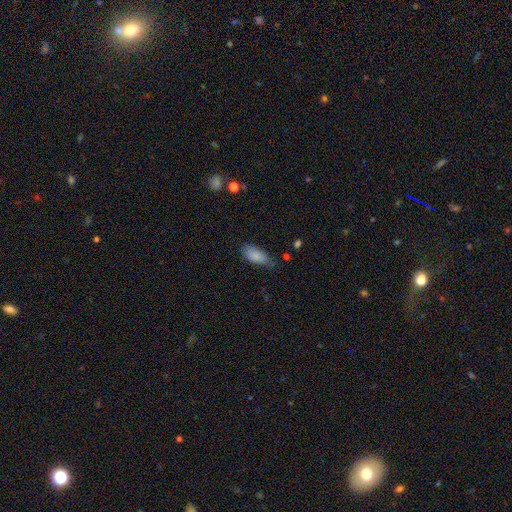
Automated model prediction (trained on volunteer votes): smooth_or_featured: smooth (p=0.85) [alt: star or artifact p=0.07]
how_rounded: in between (p=0.86) [alt: cigar-shaped p=0.11]
merging: none (p=0.54) [alt: minor disturbance p=0.36]